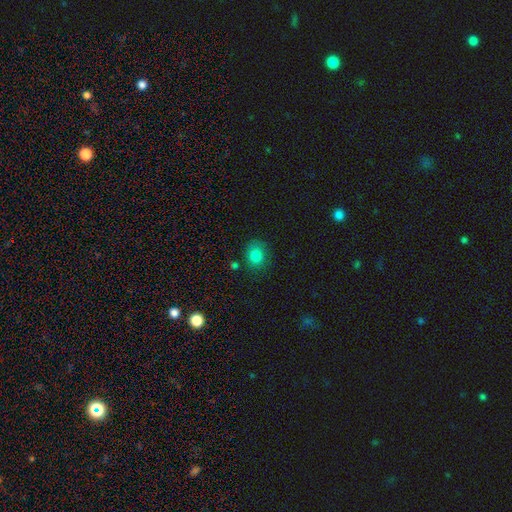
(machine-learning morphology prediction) This is clearly a smooth galaxy (82%). How rounded: likely round (64%). Merging: likely none (76%).